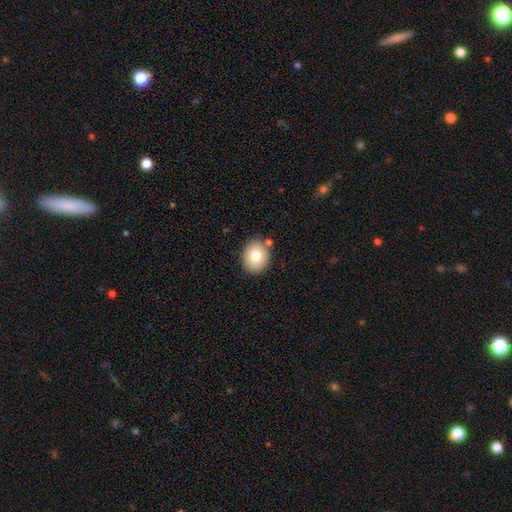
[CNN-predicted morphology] Overall: smooth (78%). How rounded: round (65%; in between 34%). Merging: none (81%).